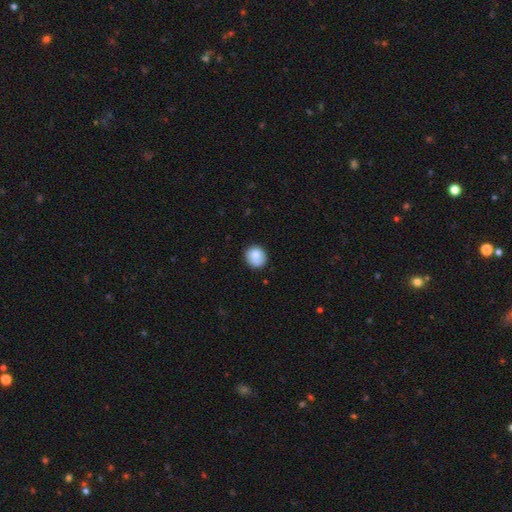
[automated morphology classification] Smooth or featured?
  - smooth: 82% *
  - featured or disk: 10%
  - star or artifact: 8%
How rounded?
  - round: 79% *
  - in between: 20%
  - cigar-shaped: 1%
Merging?
  - none: 79% *
  - minor disturbance: 16%
  - major disturbance: 3%
  - merger: 2%